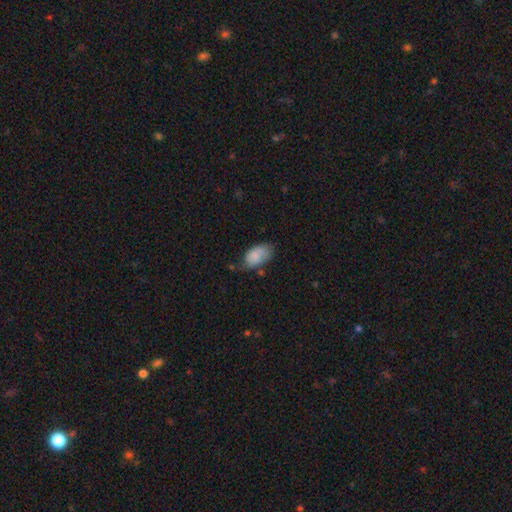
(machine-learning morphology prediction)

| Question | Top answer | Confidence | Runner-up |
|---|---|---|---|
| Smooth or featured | smooth | 80% | featured or disk (13%) |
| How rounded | in between | 93% | round (5%) |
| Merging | none | 51% | minor disturbance (34%) |